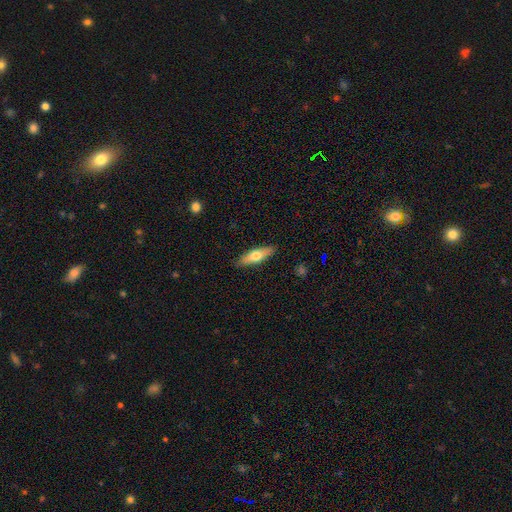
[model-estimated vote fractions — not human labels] smooth 58%, featured or disk 36%, star or artifact 6%. Down the decision tree: how rounded — cigar-shaped (55%); merging — none (89%).